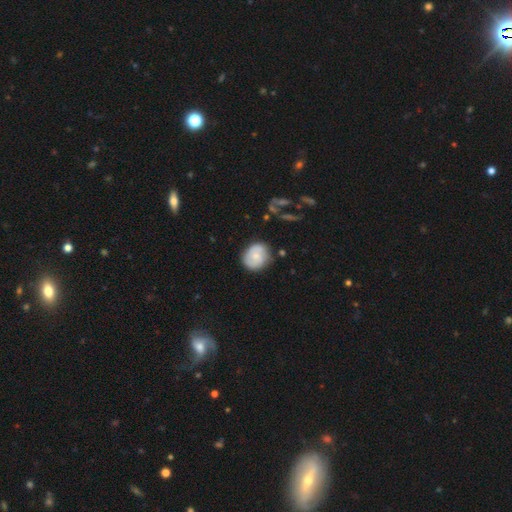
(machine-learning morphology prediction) Overall: smooth (55%; featured or disk 39%). How rounded: round (71%). Merging: none (73%).